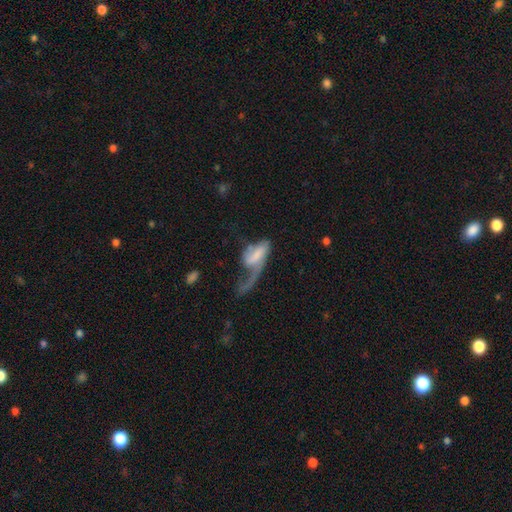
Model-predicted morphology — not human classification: Smooth or featured: featured or disk — 49% (smooth — 43%)
Merging: major disturbance — 65% (none — 15%)